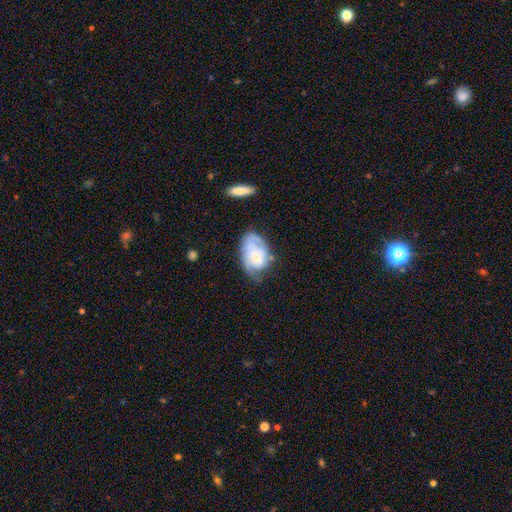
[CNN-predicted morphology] Smooth or featured?
  - featured or disk: 50% *
  - smooth: 43%
  - star or artifact: 7%
Edge-on disk?
  - no: 95% *
  - yes: 5%
Merging?
  - none: 43% *
  - minor disturbance: 33%
  - major disturbance: 19%
  - merger: 5%